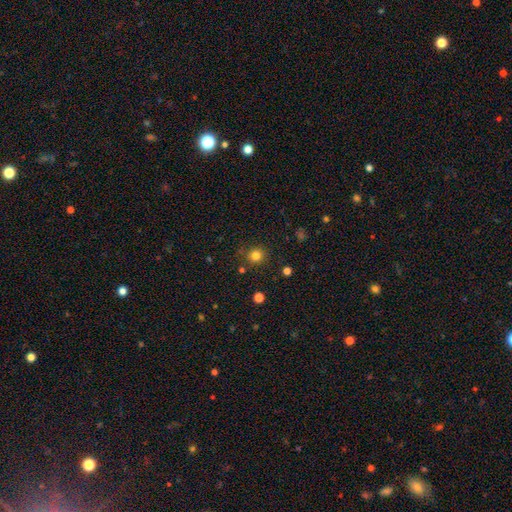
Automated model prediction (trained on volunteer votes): Smooth or featured?
  - smooth: 81% *
  - star or artifact: 14%
  - featured or disk: 5%
How rounded?
  - round: 91% *
  - in between: 8%
  - cigar-shaped: 1%
Merging?
  - none: 87% *
  - minor disturbance: 8%
  - merger: 3%
  - major disturbance: 3%